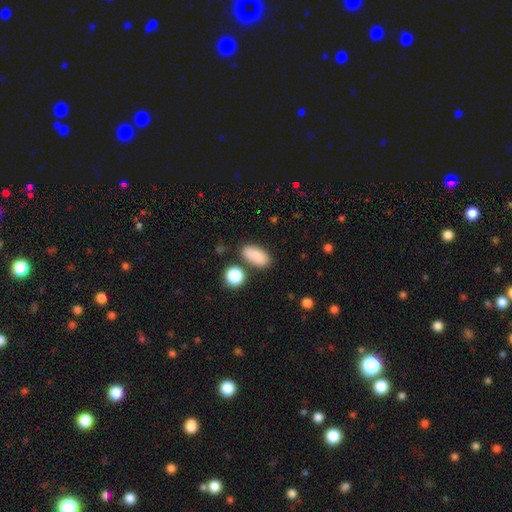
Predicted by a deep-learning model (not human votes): A smooth galaxy with no disk features (85%) that is in between round and cigar-shaped (88%). Merging: none (74%).